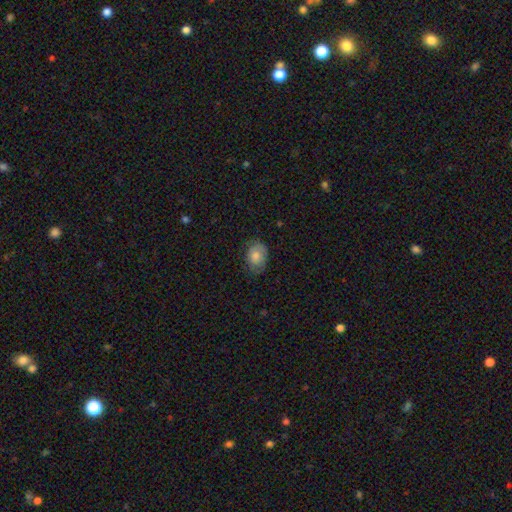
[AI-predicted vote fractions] The model was most divided on "how rounded": in between: 73%, round: 26%, cigar-shaped: 1%. More confident: smooth or featured — smooth (72%); merging — none (71%).